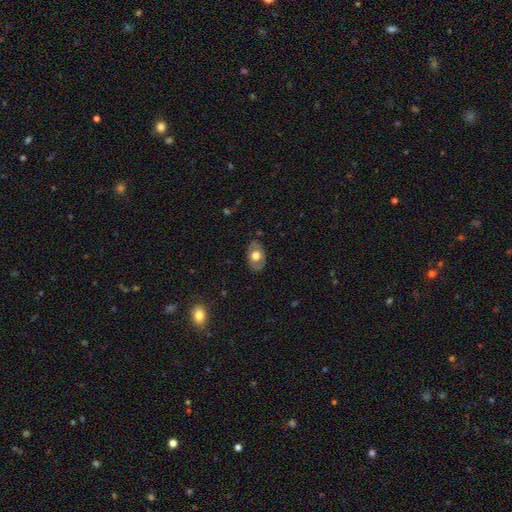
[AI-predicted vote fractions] Smooth or featured? smooth (58%)
How rounded? in between (83%)
Merging? none (81%)